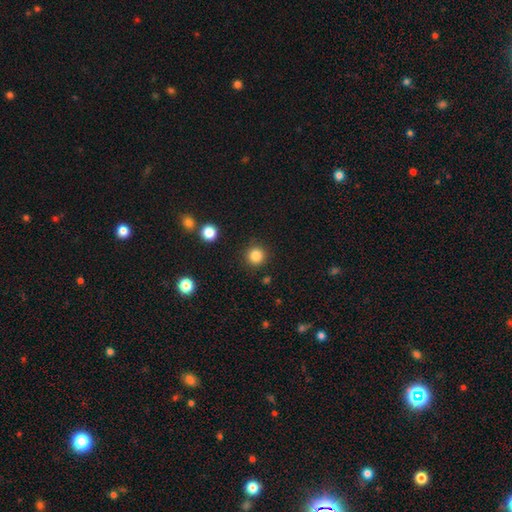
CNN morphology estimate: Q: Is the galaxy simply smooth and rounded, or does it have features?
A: smooth — 85%.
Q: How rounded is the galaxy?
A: round — 95%.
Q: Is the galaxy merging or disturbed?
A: none — 91%.